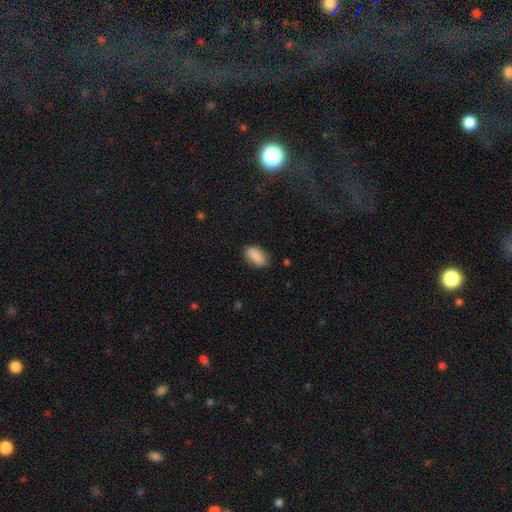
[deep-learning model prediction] Overall: smooth (87%). How rounded: in between (88%). Merging: none (80%).